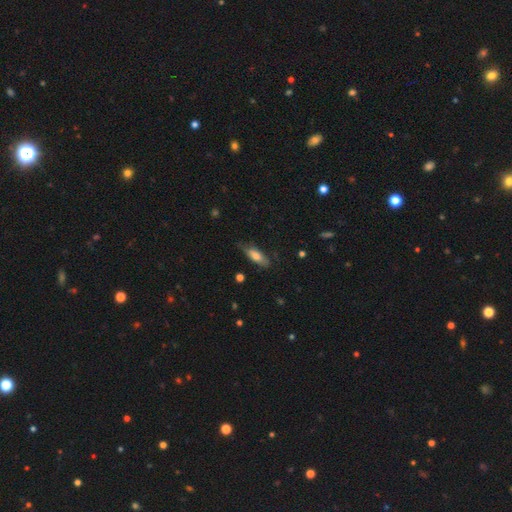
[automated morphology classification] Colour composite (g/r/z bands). It shows a smooth galaxy with no disk features (68%) that is in between round and cigar-shaped (60%). Merging: none (69%).